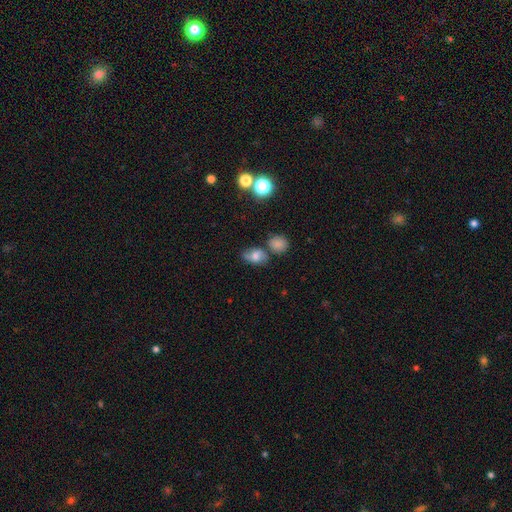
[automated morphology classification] smooth_or_featured: smooth (p=0.54) [alt: featured or disk p=0.32]
how_rounded: in between (p=0.71) [alt: round p=0.27]
merging: none (p=0.57) [alt: minor disturbance p=0.22]